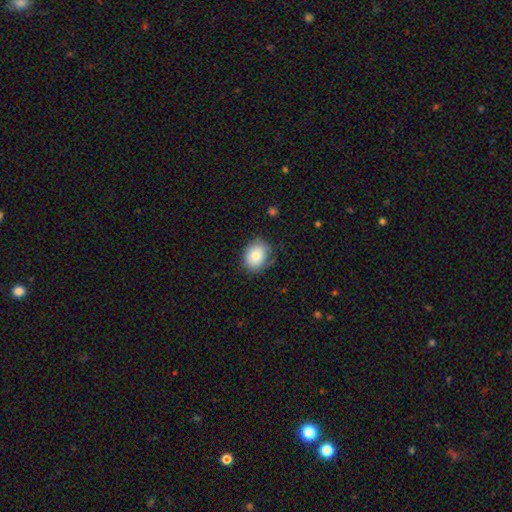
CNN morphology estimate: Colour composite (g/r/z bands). It shows a smooth galaxy with no disk features (80%) that is round (59%). Merging: none (73%).